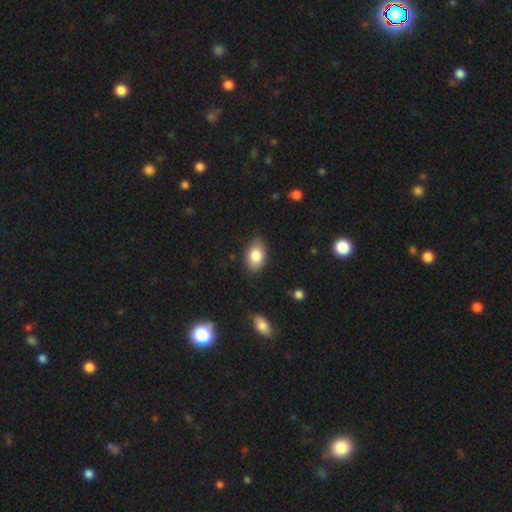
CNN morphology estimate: smooth-or-featured: smooth: 83% | featured or disk: 10% | star or artifact: 7%
  how-rounded: in between: 88% | round: 10% | cigar-shaped: 1%
  merging: none: 82% | minor disturbance: 15% | major disturbance: 3% | merger: 1%